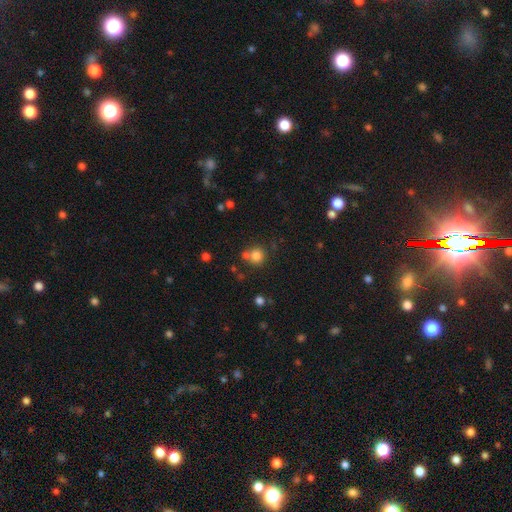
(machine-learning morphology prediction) The model was most divided on "merging": none: 65%, merger: 21%, minor disturbance: 10%, major disturbance: 4%. More confident: how rounded — round (91%); smooth or featured — smooth (80%).